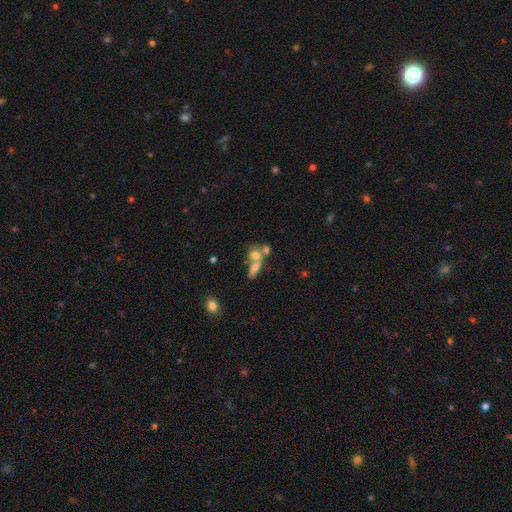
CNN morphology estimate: smooth_or_featured: smooth (p=0.59) [alt: featured or disk p=0.26]
how_rounded: in between (p=0.54) [alt: round p=0.38]
merging: merger (p=0.62) [alt: none p=0.24]